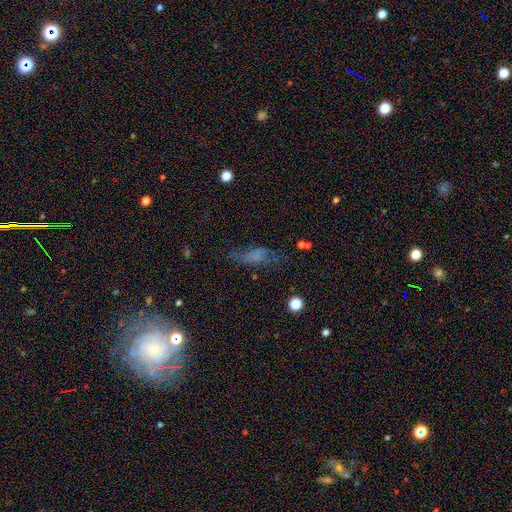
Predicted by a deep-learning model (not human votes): Q: Smooth or featured?
A: smooth (51%); runner-up: featured or disk (30%)
Q: How rounded?
A: in between (64%); runner-up: cigar-shaped (30%)
Q: Merging?
A: none (49%); runner-up: minor disturbance (25%)